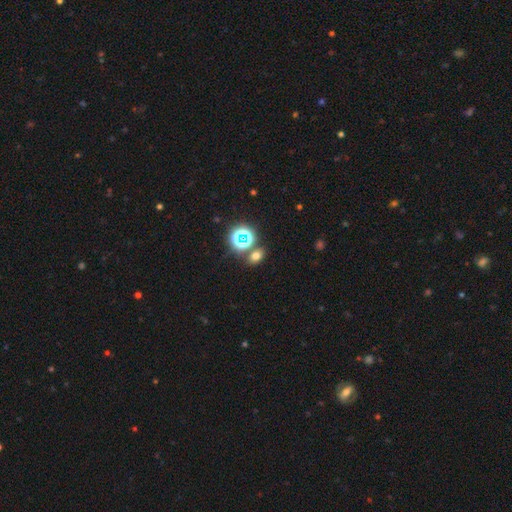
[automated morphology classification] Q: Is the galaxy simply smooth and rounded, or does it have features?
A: smooth — 62%.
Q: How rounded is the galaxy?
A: in between — 65%.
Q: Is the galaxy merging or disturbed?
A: none — 77%.